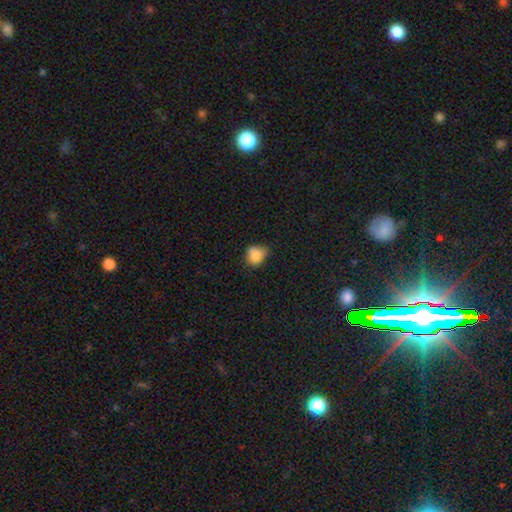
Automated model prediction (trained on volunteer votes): The model was most divided on "merging": none: 50%, minor disturbance: 40%, major disturbance: 8%, merger: 3%. More confident: smooth or featured — smooth (83%); how rounded — round (64%).